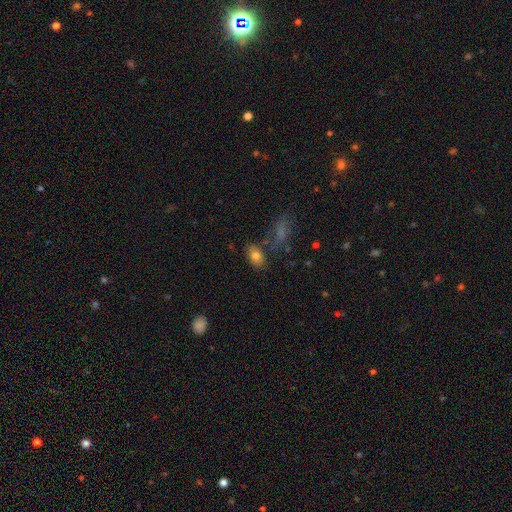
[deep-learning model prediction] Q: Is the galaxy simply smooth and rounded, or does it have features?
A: smooth — 79%.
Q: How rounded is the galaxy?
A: in between — 86%.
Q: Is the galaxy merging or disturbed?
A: none — 73%.